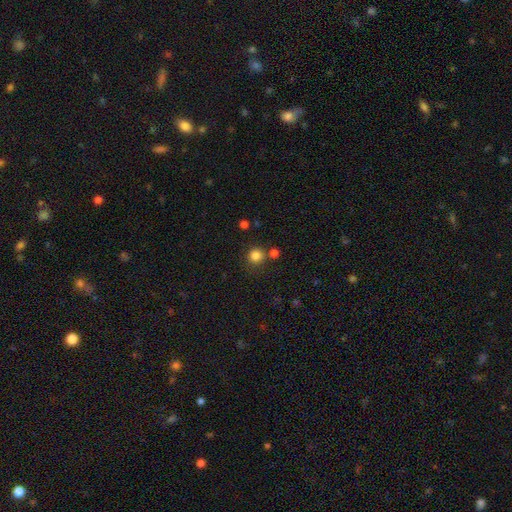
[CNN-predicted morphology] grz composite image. It shows a smooth galaxy with no disk features (82%) that is round (92%). Merging: none (78%).